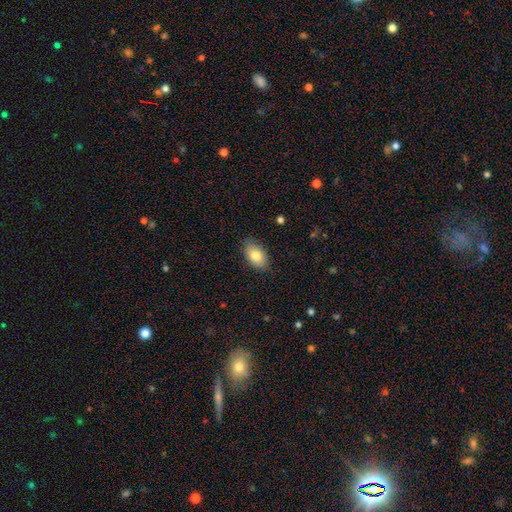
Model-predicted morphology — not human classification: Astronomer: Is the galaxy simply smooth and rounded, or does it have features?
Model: smooth — 80%.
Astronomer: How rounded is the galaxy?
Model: in between — 91%.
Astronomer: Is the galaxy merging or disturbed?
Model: none — 84%.